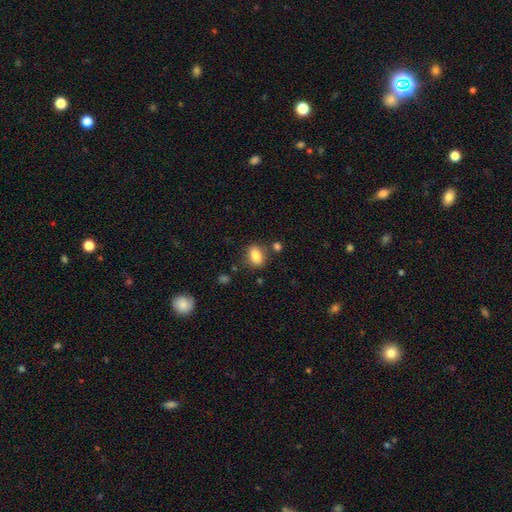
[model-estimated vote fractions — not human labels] Smooth or featured?
  - smooth: 84% *
  - star or artifact: 9%
  - featured or disk: 7%
How rounded?
  - in between: 78% *
  - round: 20%
  - cigar-shaped: 2%
Merging?
  - none: 78% *
  - minor disturbance: 12%
  - merger: 6%
  - major disturbance: 3%